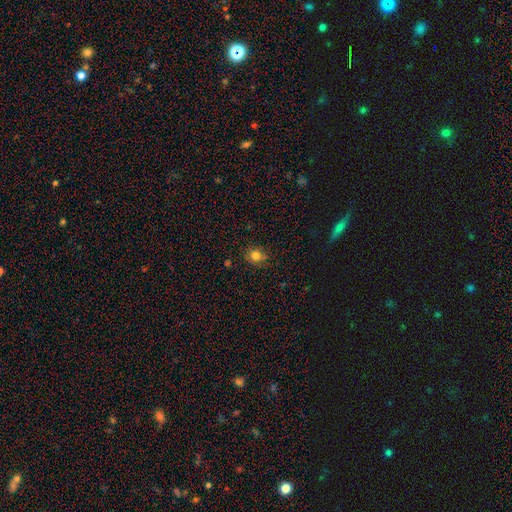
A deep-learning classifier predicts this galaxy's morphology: Smooth or featured? smooth (80%)
How rounded? round (81%)
Merging? none (83%)